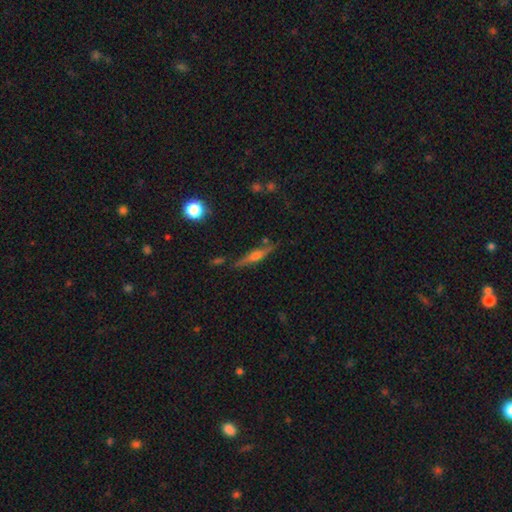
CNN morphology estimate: A featured or disk galaxy (61%) viewed edge-on (94%) with a rounded central bulge (77%).

Vote fractions:
- Smooth or featured? featured or disk: 61% / smooth: 30% / star or artifact: 10%
- Edge-on disk? yes: 94% / no: 6%
- Edge-on bulge? rounded: 77% / boxy: 14% / none: 9%
- Merging? none: 78% / minor disturbance: 14% / merger: 4% / major disturbance: 4%